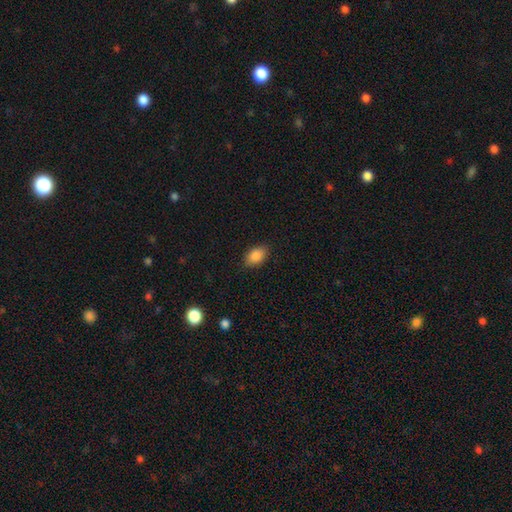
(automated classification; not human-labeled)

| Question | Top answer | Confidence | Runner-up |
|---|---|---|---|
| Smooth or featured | smooth | 87% | star or artifact (8%) |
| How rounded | in between | 88% | round (10%) |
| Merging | none | 85% | minor disturbance (12%) |